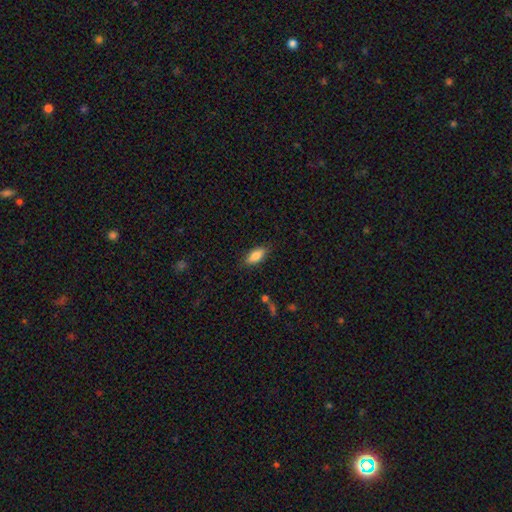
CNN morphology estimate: Smooth or featured: smooth — 83% (featured or disk — 10%)
How rounded: in between — 84% (cigar-shaped — 13%)
Merging: none — 84% (minor disturbance — 12%)